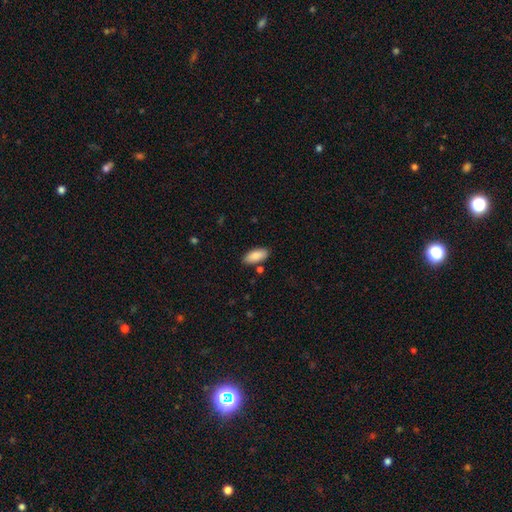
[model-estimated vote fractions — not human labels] smooth 86%, featured or disk 8%, star or artifact 6%. Down the decision tree: how rounded — in between (87%); merging — none (84%).